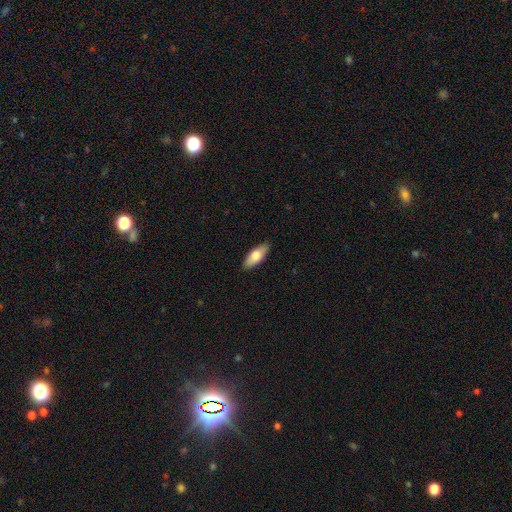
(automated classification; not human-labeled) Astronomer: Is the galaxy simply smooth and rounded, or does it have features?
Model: smooth — 74%.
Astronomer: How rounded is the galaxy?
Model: in between — 78%.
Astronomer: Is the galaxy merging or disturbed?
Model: none — 88%.